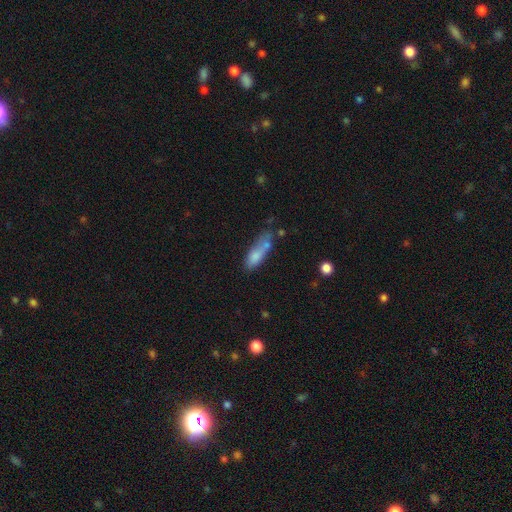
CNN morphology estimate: Overall: smooth (72%). How rounded: in between (54%; cigar-shaped 43%). Merging: none (33%; minor disturbance 27%).